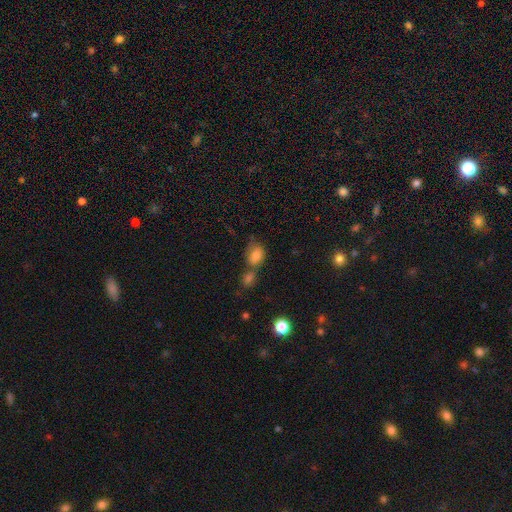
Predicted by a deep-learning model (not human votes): smooth 78%, featured or disk 11%, star or artifact 11%. Down the decision tree: how rounded — in between (73%); merging — merger (41%).